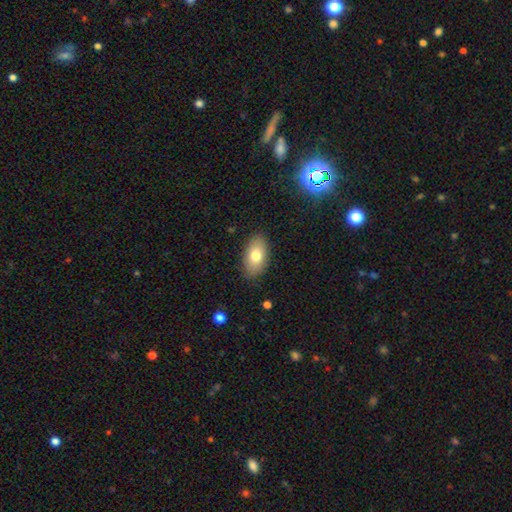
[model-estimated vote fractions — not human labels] Smooth or featured? smooth (76%)
How rounded? in between (93%)
Merging? none (86%)